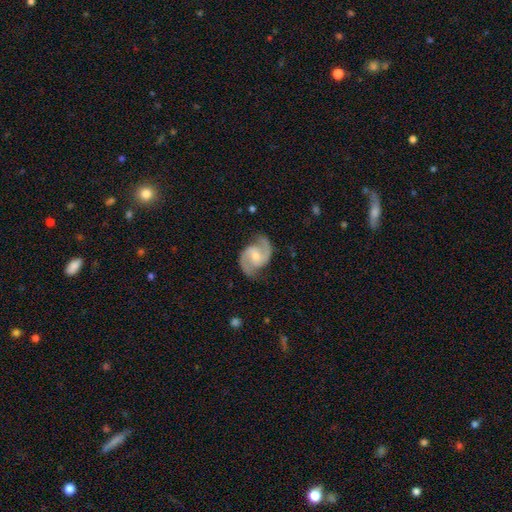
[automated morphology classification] type=featured or disk (91%); edge-on=no (98%); bar=weak (49%); spiral arms=yes (98%); winding=medium (60%); arm count=2 (94%); bulge=moderate (48%); merging=none (80%).